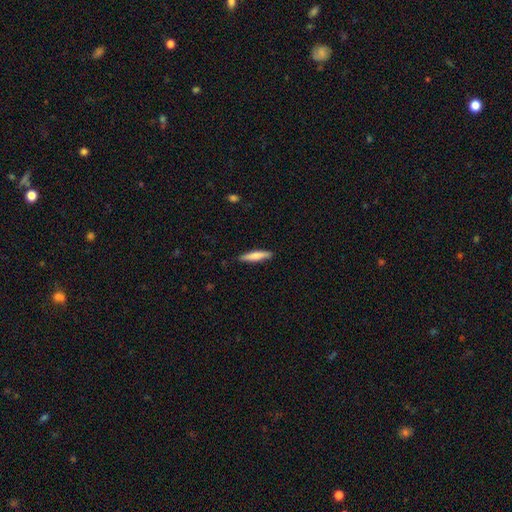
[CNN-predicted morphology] smooth_or_featured: smooth (p=0.72) [alt: featured or disk p=0.23]
how_rounded: cigar-shaped (p=0.87) [alt: in between p=0.12]
merging: none (p=0.88) [alt: minor disturbance p=0.10]